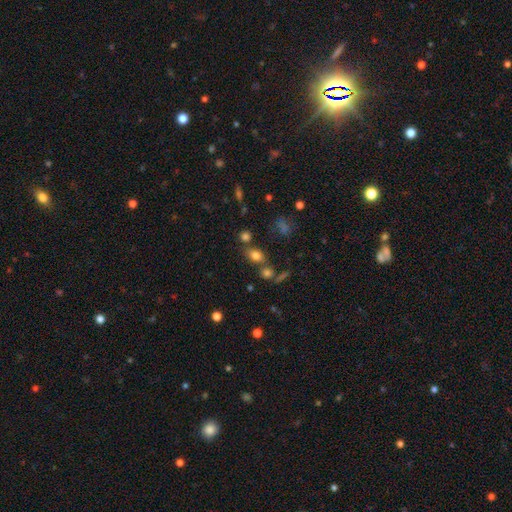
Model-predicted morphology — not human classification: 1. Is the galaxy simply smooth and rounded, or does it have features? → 76% smooth, 15% star or artifact, 9% featured or disk.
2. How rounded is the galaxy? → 64% in between, 34% round, 2% cigar-shaped.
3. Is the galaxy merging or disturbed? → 64% none, 19% merger, 12% minor disturbance, 5% major disturbance.